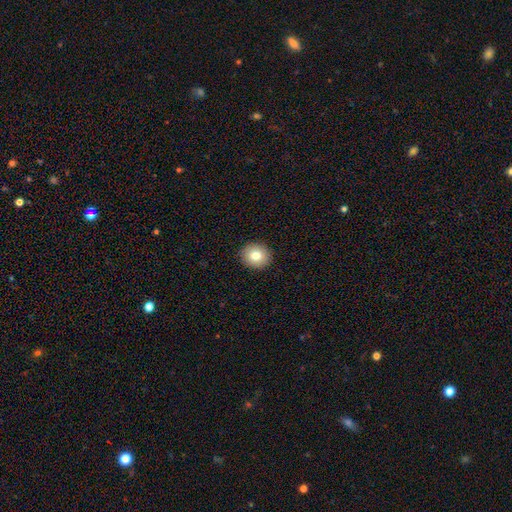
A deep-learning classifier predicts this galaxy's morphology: Smooth or featured?
  - smooth: 79% *
  - featured or disk: 11%
  - star or artifact: 9%
How rounded?
  - round: 82% *
  - in between: 17%
  - cigar-shaped: 1%
Merging?
  - none: 91% *
  - minor disturbance: 6%
  - major disturbance: 2%
  - merger: 1%